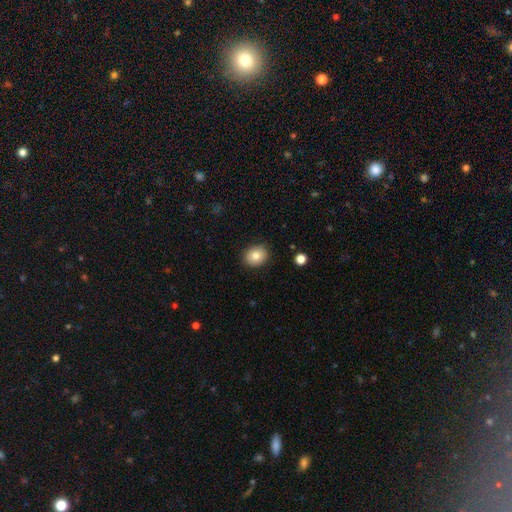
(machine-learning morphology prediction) Smooth or featured? Predicted: smooth (p=0.82). How rounded? Predicted: round (p=0.57). Merging? Predicted: none (p=0.88).